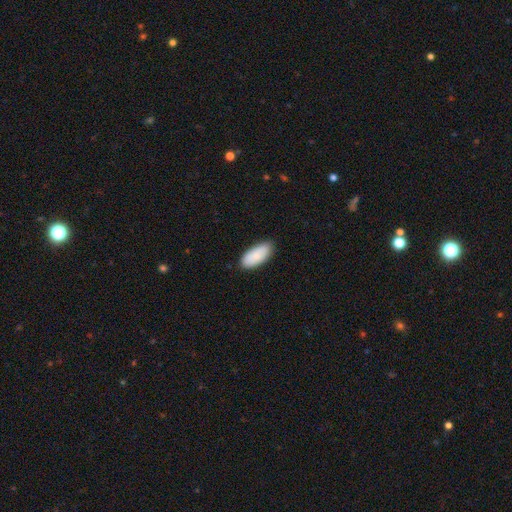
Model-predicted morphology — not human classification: smooth-or-featured: smooth: 85% | featured or disk: 10% | star or artifact: 6%
  how-rounded: in between: 92% | cigar-shaped: 7% | round: 2%
  merging: none: 85% | minor disturbance: 12% | major disturbance: 2% | merger: 1%